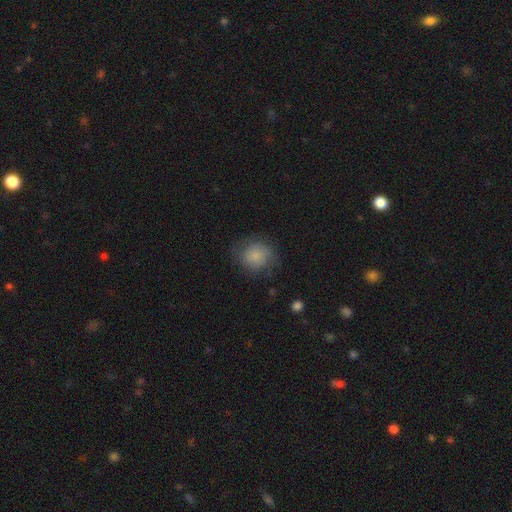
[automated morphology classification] Overall: smooth (77%). How rounded: round (81%). Merging: none (71%).